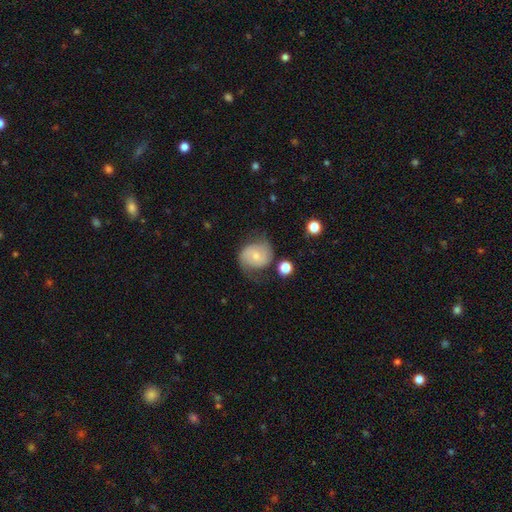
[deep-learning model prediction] Smooth or featured? featured or disk (52%)
Edge-on disk? no (97%)
Bar? no (64%)
Spiral arms? yes (85%)
Bulge size? small (62%)
Merging? none (60%)